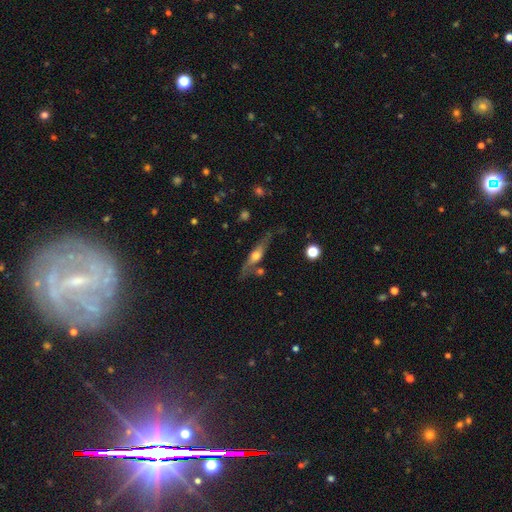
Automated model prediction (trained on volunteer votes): Morphology: type=featured or disk (60%); edge-on=yes (83%); merging=none (65%).